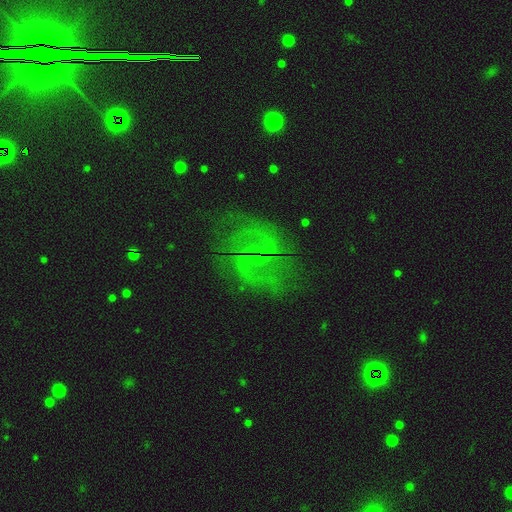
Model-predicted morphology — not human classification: smooth-or-featured: featured or disk: 59% | star or artifact: 21% | smooth: 21%
  disk-edge-on: no: 97% | yes: 3%
    bar: no: 55% | weak: 36% | strong: 9%
    has-spiral-arms: yes: 69% | no: 31%
    bulge-size: none: 56% | small: 32% | moderate: 9% | large: 2% | dominant: 1%
  merging: none: 61% | minor disturbance: 18% | major disturbance: 18% | merger: 2%